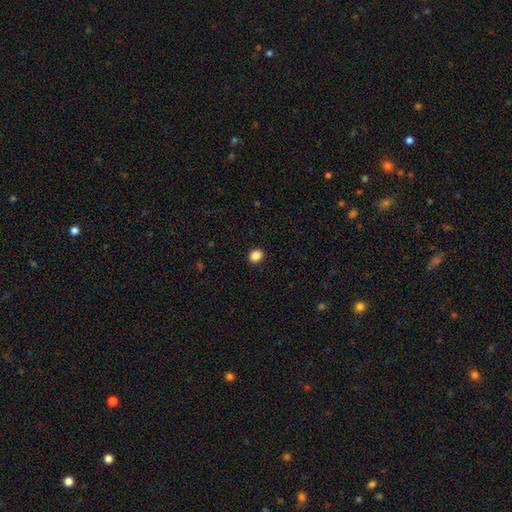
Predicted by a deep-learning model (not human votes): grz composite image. It shows a smooth galaxy with no disk features (87%) that is round (67%). Merging: none (92%).